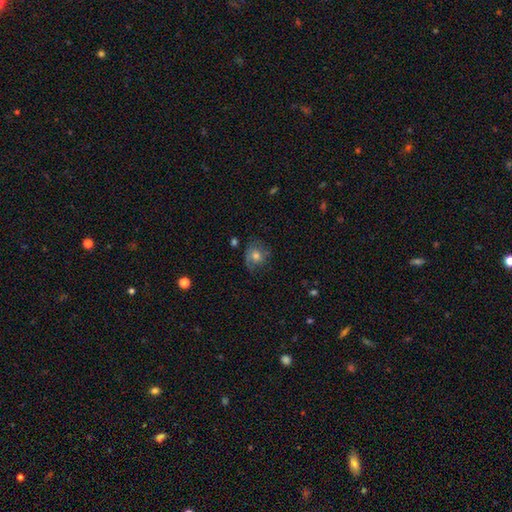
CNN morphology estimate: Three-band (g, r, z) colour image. It shows a smooth galaxy with no disk features (55%) that is round (69%). Merging: none (63%).